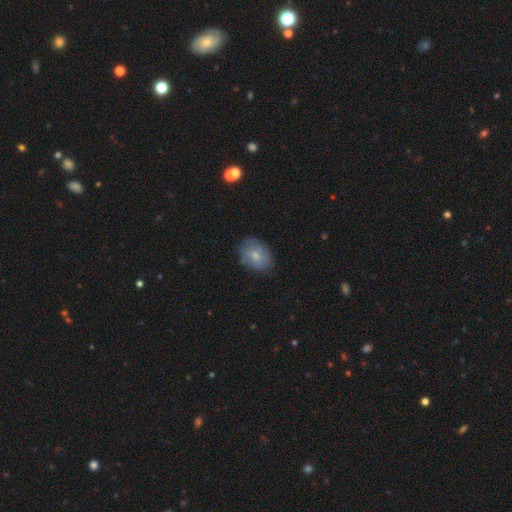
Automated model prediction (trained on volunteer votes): Q: Smooth or featured?
A: smooth (72%); runner-up: featured or disk (20%)
Q: How rounded?
A: in between (72%); runner-up: round (26%)
Q: Merging?
A: none (74%); runner-up: minor disturbance (19%)